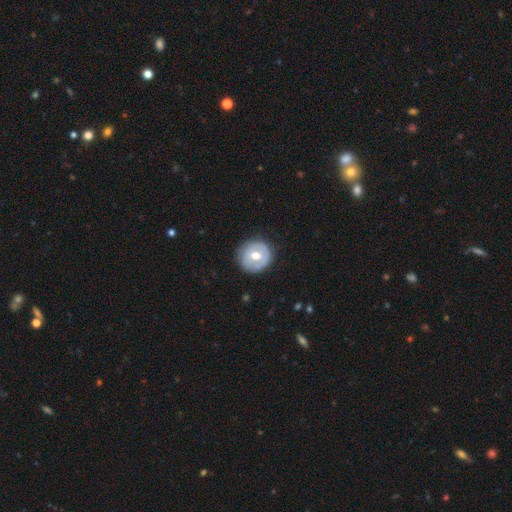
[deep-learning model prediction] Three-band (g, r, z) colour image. It shows a smooth galaxy with no disk features (49%). Merging: none (81%).